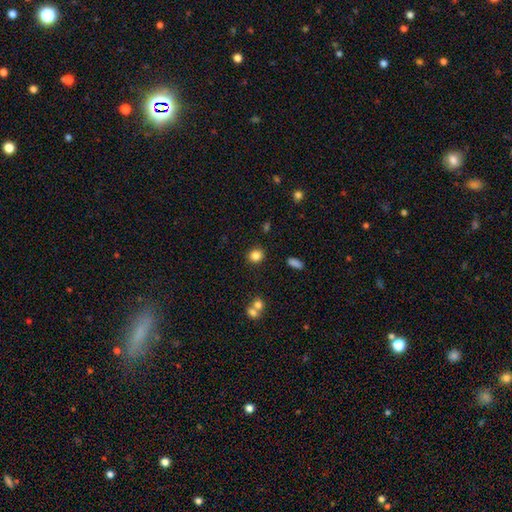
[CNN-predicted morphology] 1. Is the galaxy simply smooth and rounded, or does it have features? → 84% smooth, 11% star or artifact, 5% featured or disk.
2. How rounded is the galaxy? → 82% round, 16% in between, 1% cigar-shaped.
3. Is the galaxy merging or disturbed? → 87% none, 7% minor disturbance, 3% merger, 2% major disturbance.